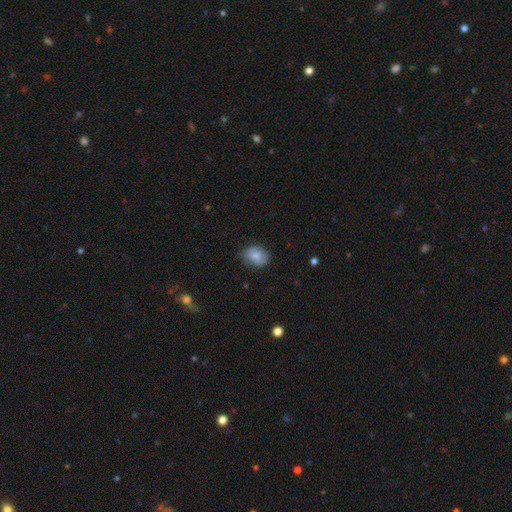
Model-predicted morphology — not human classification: A smooth galaxy with no disk features (79%) that is in between round and cigar-shaped (63%). Merging: none (66%).